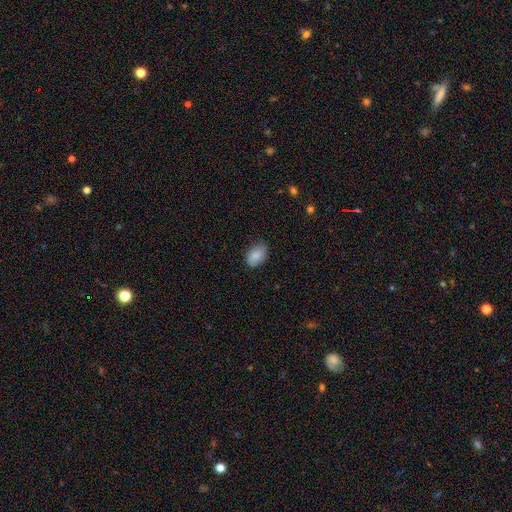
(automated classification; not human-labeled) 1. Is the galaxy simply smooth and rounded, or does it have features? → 85% smooth, 8% featured or disk, 7% star or artifact.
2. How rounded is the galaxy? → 84% in between, 14% round, 1% cigar-shaped.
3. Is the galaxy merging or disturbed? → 66% none, 28% minor disturbance, 5% major disturbance, 1% merger.